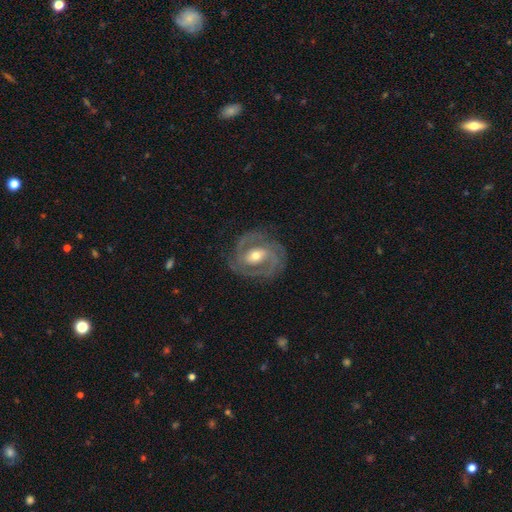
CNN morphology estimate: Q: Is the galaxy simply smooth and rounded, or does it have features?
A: featured or disk — 90%.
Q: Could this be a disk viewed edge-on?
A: no — 97%.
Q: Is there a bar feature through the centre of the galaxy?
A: weak — 40%.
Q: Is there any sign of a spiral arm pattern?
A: yes — 96%.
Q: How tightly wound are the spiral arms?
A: tight — 54%.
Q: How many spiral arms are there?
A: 2 — 81%.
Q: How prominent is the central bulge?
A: moderate — 66%.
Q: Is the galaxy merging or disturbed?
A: none — 81%.